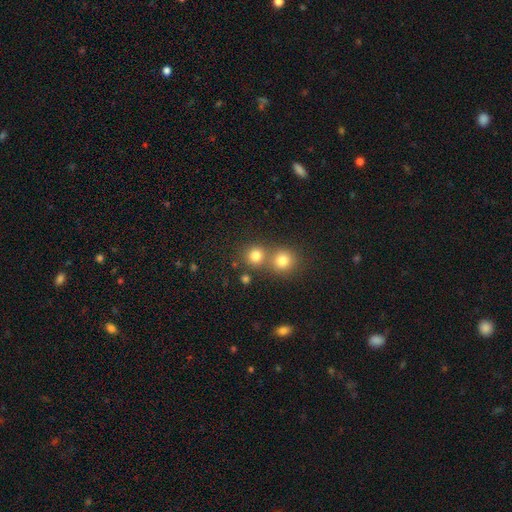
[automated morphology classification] This appears to be a smooth galaxy with no disk features (79%) that is round (88%). Merging: none (55%).